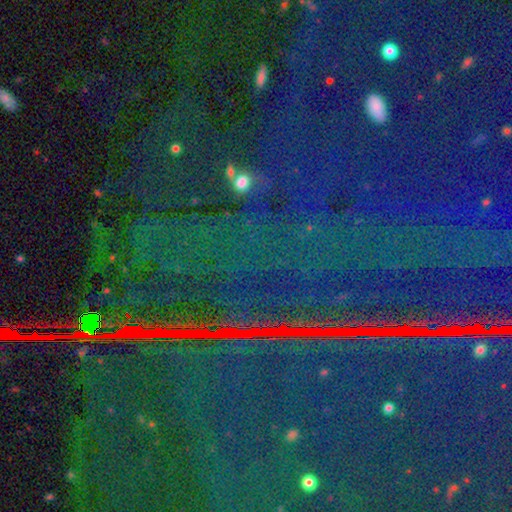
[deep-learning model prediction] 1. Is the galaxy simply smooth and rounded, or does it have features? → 85% star or artifact, 8% smooth, 7% featured or disk.